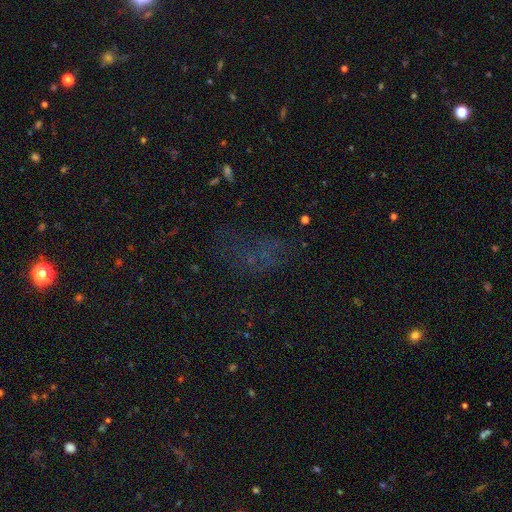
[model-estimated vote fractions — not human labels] Smooth or featured: star or artifact — 47% (smooth — 33%)